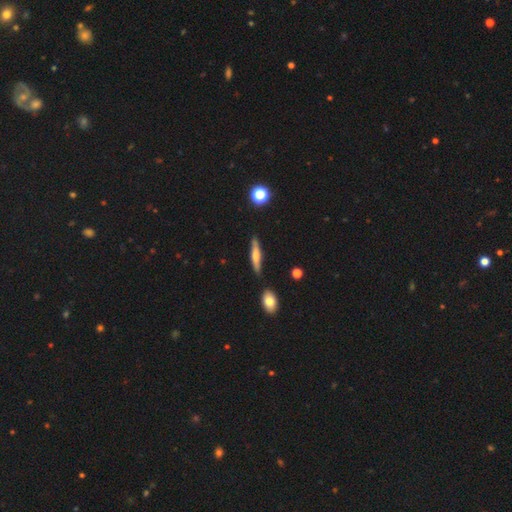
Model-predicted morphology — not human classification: smooth 50%, featured or disk 43%, star or artifact 8%. Down the decision tree: merging — none (81%).